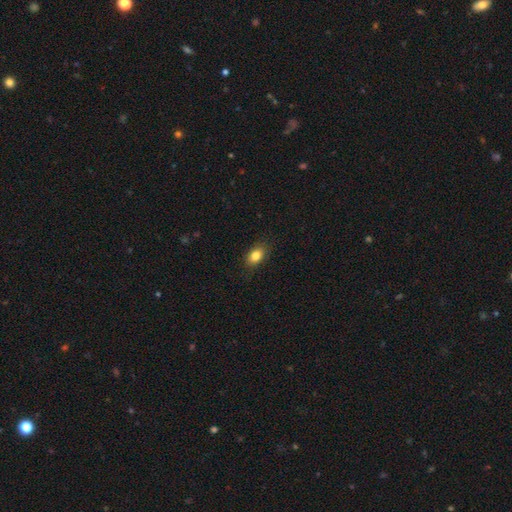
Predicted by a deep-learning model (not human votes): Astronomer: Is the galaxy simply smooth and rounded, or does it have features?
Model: smooth — 83%.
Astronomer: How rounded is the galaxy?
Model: in between — 82%.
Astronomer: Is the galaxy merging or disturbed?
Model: none — 85%.